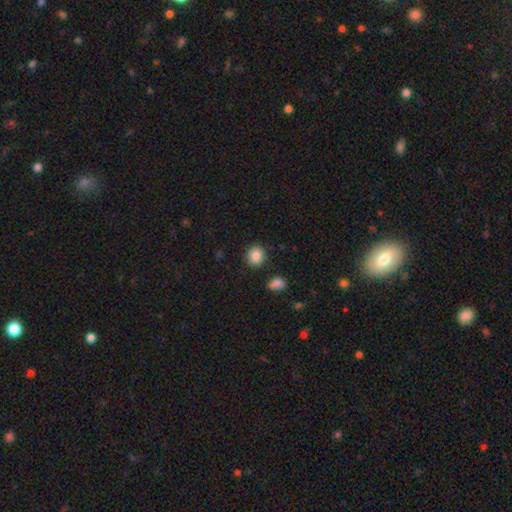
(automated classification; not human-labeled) Smooth or featured? Predicted: smooth (p=0.86). How rounded? Predicted: round (p=0.79). Merging? Predicted: none (p=0.87).